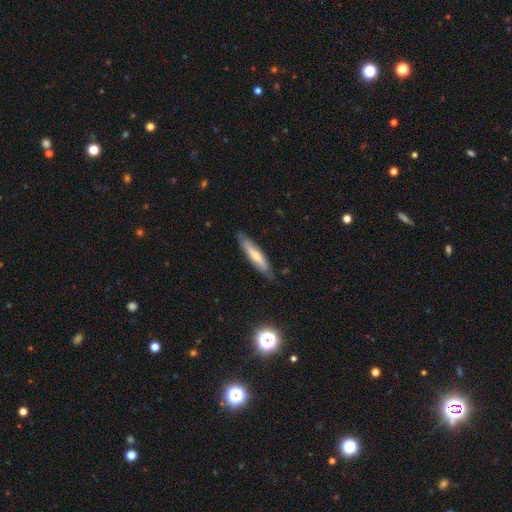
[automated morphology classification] A smooth galaxy with no disk features (53%) that is cigar-shaped (80%).

Vote fractions:
- Smooth or featured? smooth: 53% / featured or disk: 41% / star or artifact: 6%
- How rounded? cigar-shaped: 80% / in between: 19% / round: 1%
- Merging? none: 80% / minor disturbance: 16% / major disturbance: 3% / merger: 1%